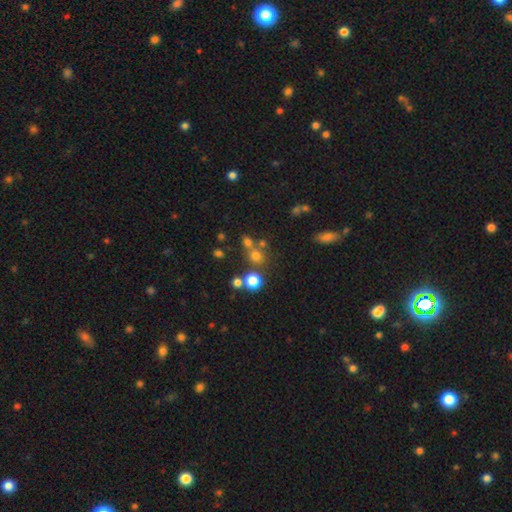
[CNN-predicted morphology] Smooth or featured? Predicted: smooth (p=0.64). How rounded? Predicted: round (p=0.86). Merging? Predicted: none (p=0.62).